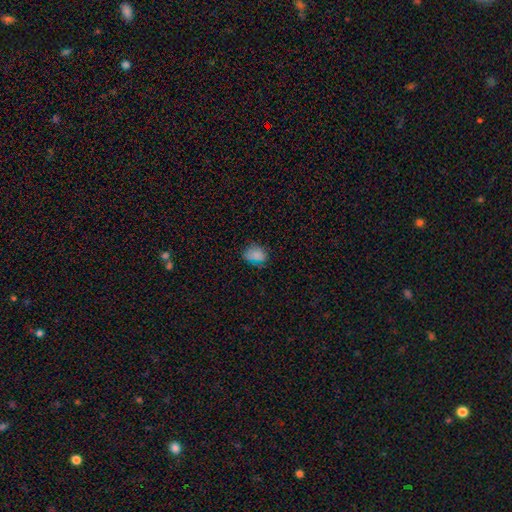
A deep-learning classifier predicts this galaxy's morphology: This is likely a smooth galaxy (80%). How rounded: likely in between (65%). Merging: likely none (70%).